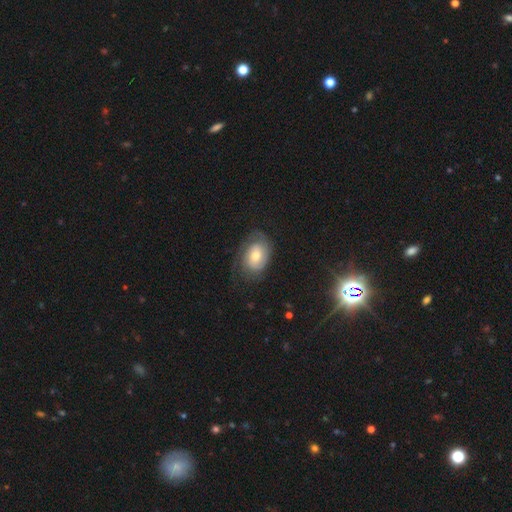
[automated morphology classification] smooth-or-featured: featured or disk: 58% | smooth: 33% | star or artifact: 9%
  disk-edge-on: no: 96% | yes: 4%
    bar: no: 70% | weak: 24% | strong: 5%
    has-spiral-arms: yes: 85% | no: 15%
    bulge-size: moderate: 63% | small: 26% | large: 8% | none: 2% | dominant: 1%
  merging: none: 66% | minor disturbance: 21% | major disturbance: 11% | merger: 1%